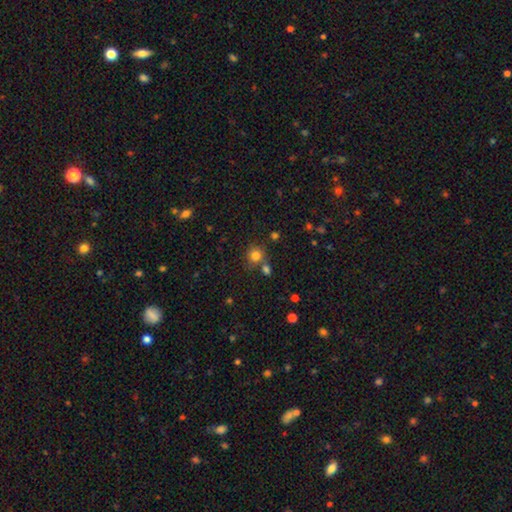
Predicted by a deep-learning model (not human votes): Q: Smooth or featured?
A: smooth (79%); runner-up: star or artifact (13%)
Q: How rounded?
A: round (85%); runner-up: in between (14%)
Q: Merging?
A: none (64%); runner-up: merger (20%)